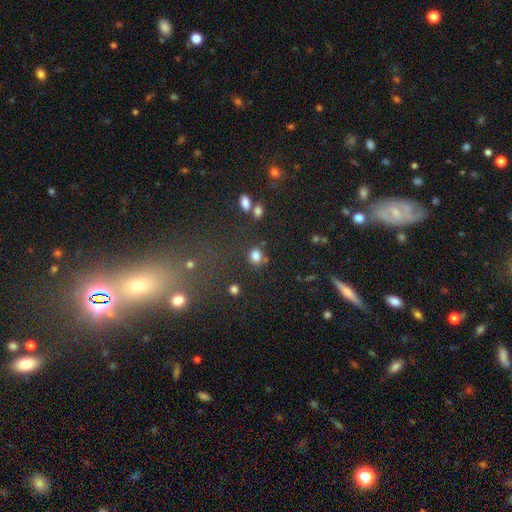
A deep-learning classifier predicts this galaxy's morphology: Smooth or featured: smooth — 82% (star or artifact — 13%)
How rounded: round — 67% (in between — 31%)
Merging: none — 70% (minor disturbance — 14%)